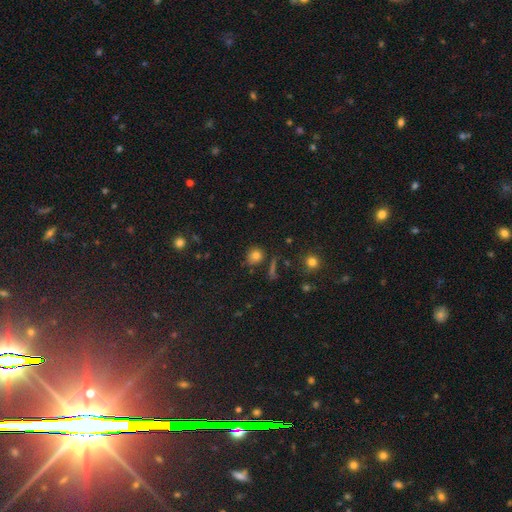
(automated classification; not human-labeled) This appears to be a smooth galaxy with no disk features (79%) that is round (74%). Merging: none (76%).